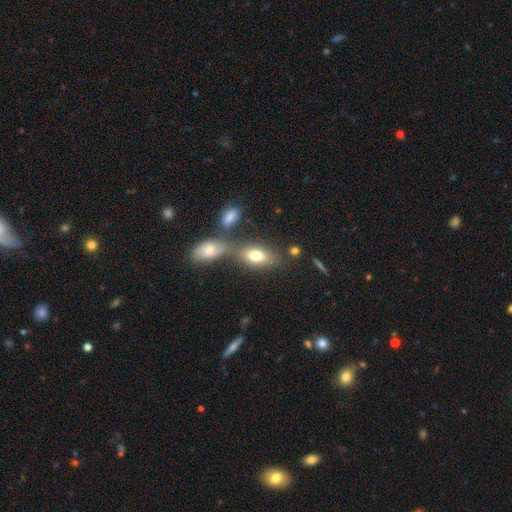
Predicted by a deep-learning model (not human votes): This appears to be a smooth galaxy with no disk features (74%) that is in between round and cigar-shaped (86%). Merging: none (52%).